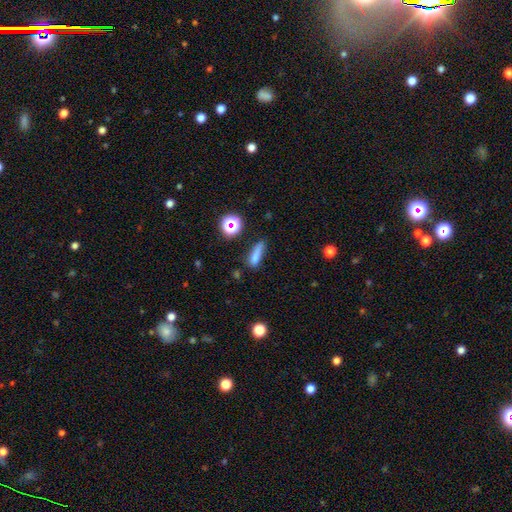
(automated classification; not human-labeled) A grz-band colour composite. It shows a smooth galaxy with no disk features (72%) that is cigar-shaped (58%). Merging: none (52%).